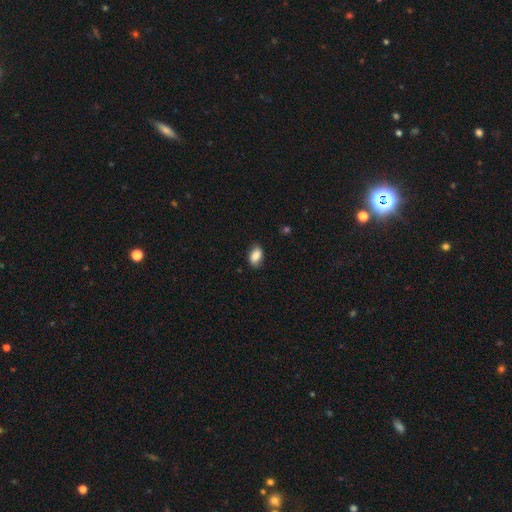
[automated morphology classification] A smooth galaxy with no disk features (86%) that is in between round and cigar-shaped (88%).

Vote fractions:
- Smooth or featured? smooth: 86% / star or artifact: 8% / featured or disk: 7%
- How rounded? in between: 88% / round: 10% / cigar-shaped: 2%
- Merging? none: 80% / minor disturbance: 16% / major disturbance: 3% / merger: 1%